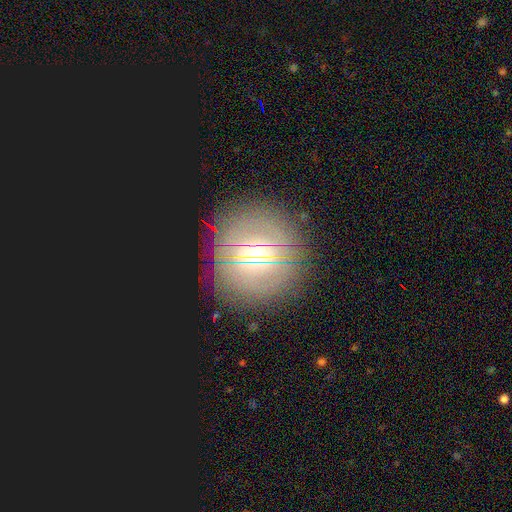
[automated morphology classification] This is possibly a featured or disk galaxy (55%). It is likely not viewed edge-on (78%). Merging: clearly none (86%).